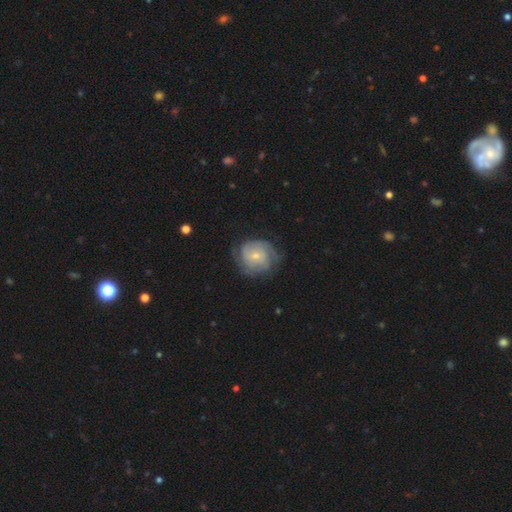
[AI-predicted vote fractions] Overall: featured or disk (72%). Edge-on disk: no (98%). Bar: no (58%; weak 36%). Spiral arms: yes (92%). Spiral arm count: can't tell (35%; 2 31%). Spiral winding: tight (59%; medium 31%). Bulge size: small (64%; moderate 31%). Merging: none (70%).